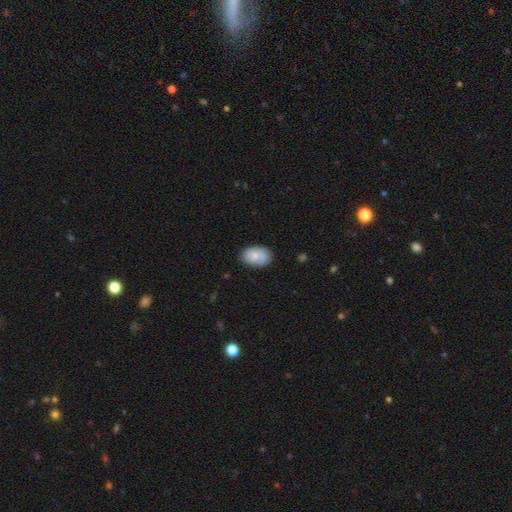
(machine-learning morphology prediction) Q: Smooth or featured?
A: smooth (65%); runner-up: featured or disk (28%)
Q: How rounded?
A: in between (82%); runner-up: round (16%)
Q: Merging?
A: none (74%); runner-up: minor disturbance (19%)